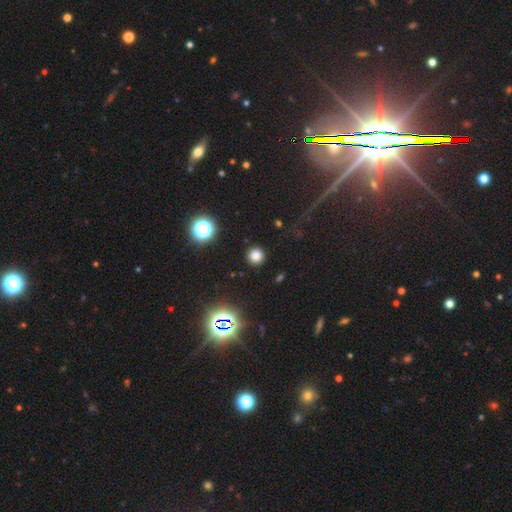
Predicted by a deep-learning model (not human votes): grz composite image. It shows a smooth galaxy with no disk features (76%) that is round (94%). Merging: none (90%).